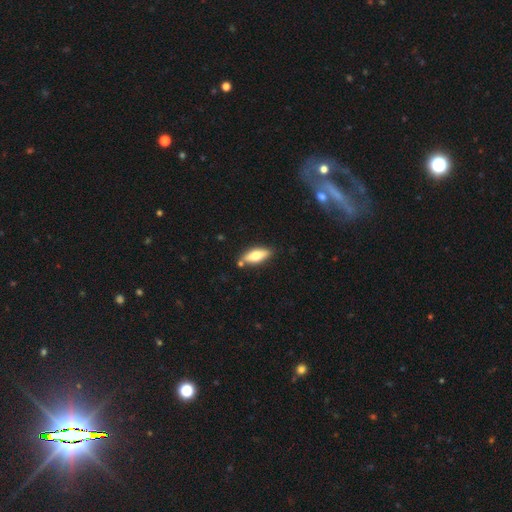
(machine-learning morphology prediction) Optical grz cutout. It shows a smooth galaxy with no disk features (69%) that is in between round and cigar-shaped (69%). Merging: none (78%).